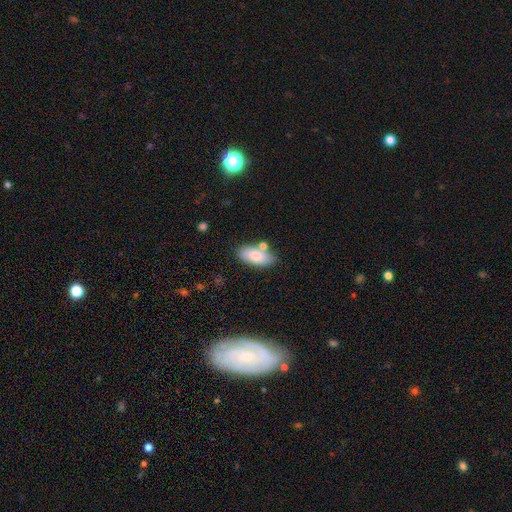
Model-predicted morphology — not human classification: smooth 80%, featured or disk 14%, star or artifact 7%. Down the decision tree: how rounded — in between (91%); merging — none (72%).